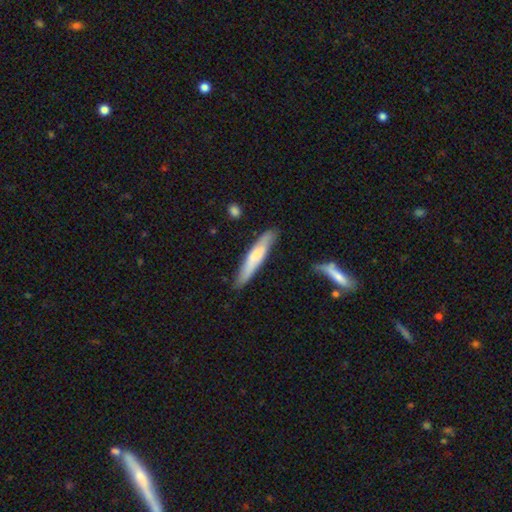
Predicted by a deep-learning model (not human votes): A smooth galaxy with no disk features (62%) that is cigar-shaped (89%).

Vote fractions:
- Smooth or featured? smooth: 62% / featured or disk: 32% / star or artifact: 5%
- How rounded? cigar-shaped: 89% / in between: 10% / round: 1%
- Merging? none: 81% / minor disturbance: 14% / major disturbance: 3% / merger: 3%